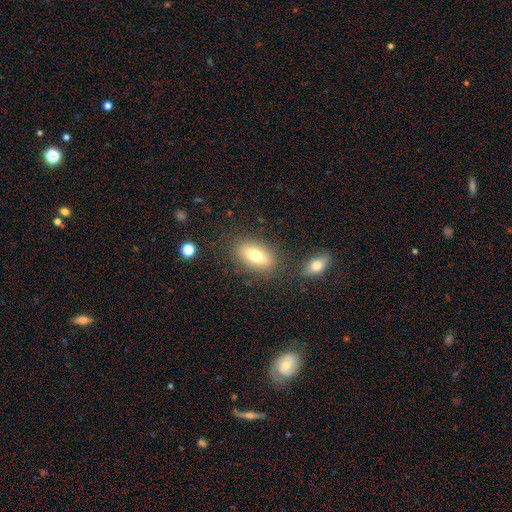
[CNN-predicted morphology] This appears to be a smooth galaxy with no disk features (71%) that is in between round and cigar-shaped (83%). Merging: none (79%).